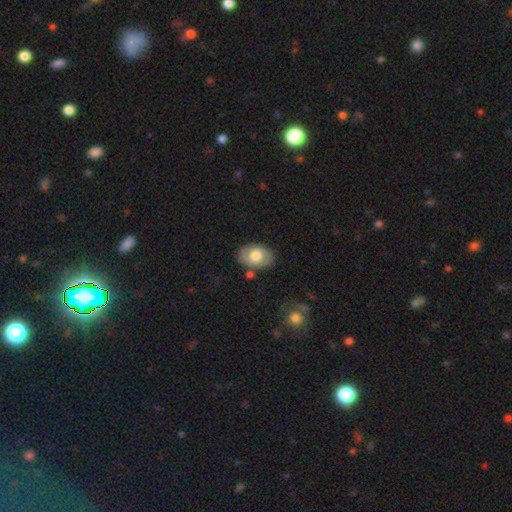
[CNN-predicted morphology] smooth 61%, featured or disk 33%, star or artifact 6%. Down the decision tree: how rounded — in between (83%); merging — none (78%).